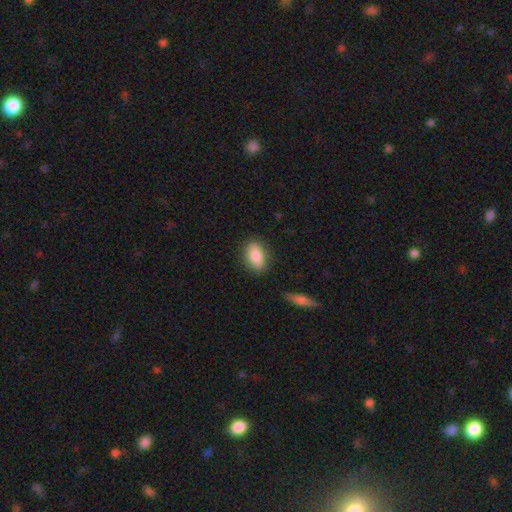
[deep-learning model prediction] smooth-or-featured: smooth: 86% | featured or disk: 7% | star or artifact: 7%
  how-rounded: in between: 88% | round: 9% | cigar-shaped: 4%
  merging: none: 83% | minor disturbance: 12% | major disturbance: 3% | merger: 2%